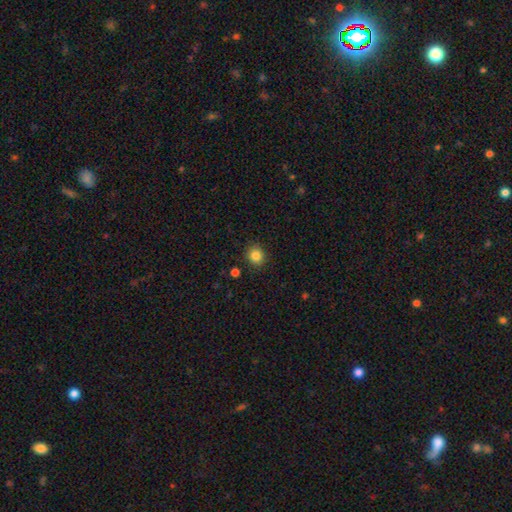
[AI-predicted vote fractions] A smooth galaxy with no disk features (84%) that is round (84%).

Vote fractions:
- Smooth or featured? smooth: 84% / star or artifact: 11% / featured or disk: 5%
- How rounded? round: 84% / in between: 16% / cigar-shaped: 1%
- Merging? none: 88% / minor disturbance: 8% / major disturbance: 2% / merger: 2%